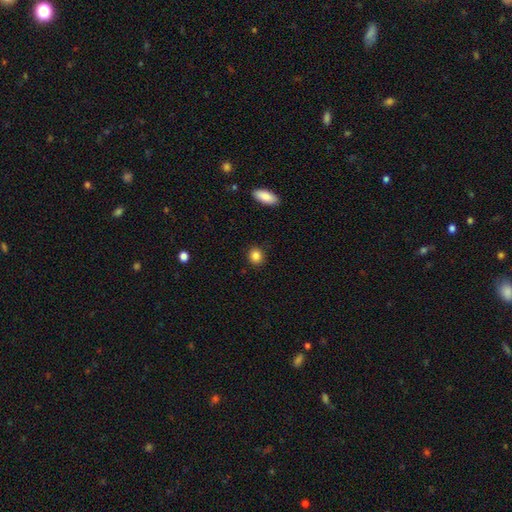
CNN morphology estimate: This appears to be a smooth galaxy with no disk features (86%) that is round (78%). Merging: none (90%).